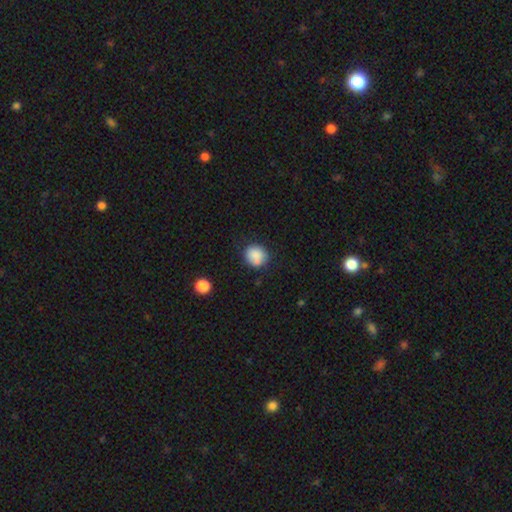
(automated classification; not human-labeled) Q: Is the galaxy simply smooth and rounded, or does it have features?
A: smooth — 83%.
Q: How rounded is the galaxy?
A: round — 81%.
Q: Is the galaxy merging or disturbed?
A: none — 67%.